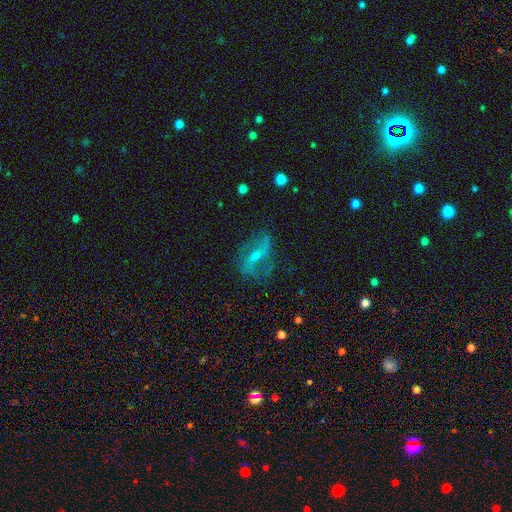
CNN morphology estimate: Q: Smooth or featured?
A: featured or disk (71%); runner-up: smooth (18%)
Q: Edge-on disk?
A: no (90%); runner-up: yes (10%)
Q: Bar?
A: weak (37%); runner-up: strong (32%)
Q: Spiral arms?
A: yes (77%); runner-up: no (23%)
Q: Bulge size?
A: small (57%); runner-up: moderate (36%)
Q: Merging?
A: none (62%); runner-up: minor disturbance (20%)